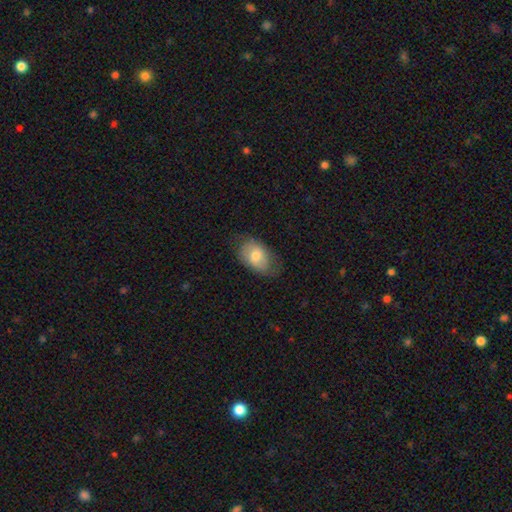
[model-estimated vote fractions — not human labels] Smooth or featured? smooth (71%)
How rounded? in between (87%)
Merging? none (64%)